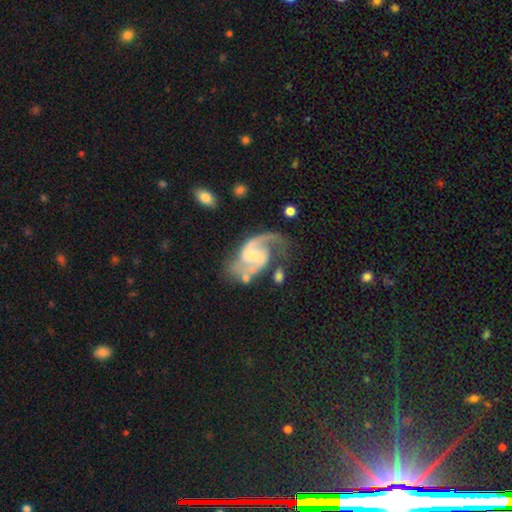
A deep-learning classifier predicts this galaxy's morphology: type=featured or disk (91%); edge-on=no (98%); bar=weak (51%); spiral arms=yes (97%); winding=medium (55%); arm count=2 (88%); bulge=small (52%); merging=none (59%).